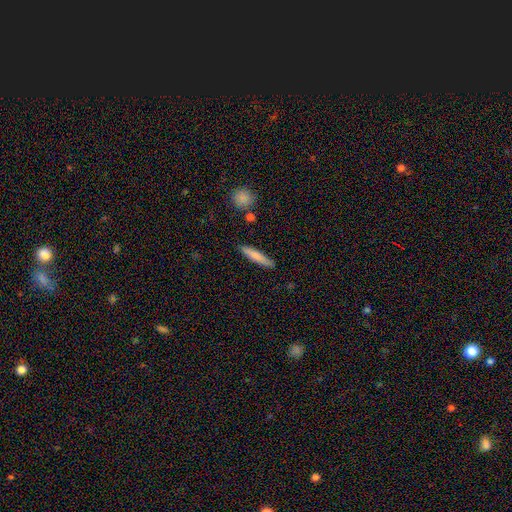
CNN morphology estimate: Overall: smooth (75%). How rounded: cigar-shaped (87%). Merging: none (85%).